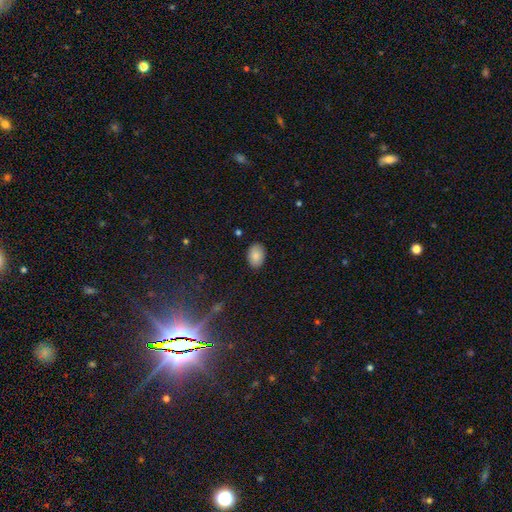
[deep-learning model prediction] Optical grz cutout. It shows a smooth galaxy with no disk features (86%) that is in between round and cigar-shaped (81%). Merging: none (87%).